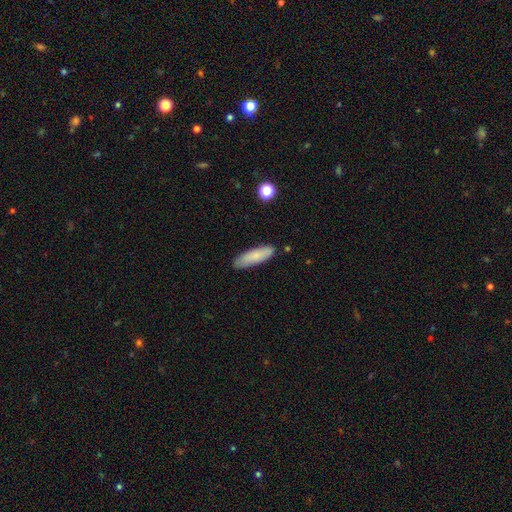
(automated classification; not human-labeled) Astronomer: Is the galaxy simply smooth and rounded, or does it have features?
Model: smooth — 80%.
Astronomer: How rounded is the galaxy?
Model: cigar-shaped — 61% (runner-up: in between, 38%).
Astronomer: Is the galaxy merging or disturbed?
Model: none — 84%.